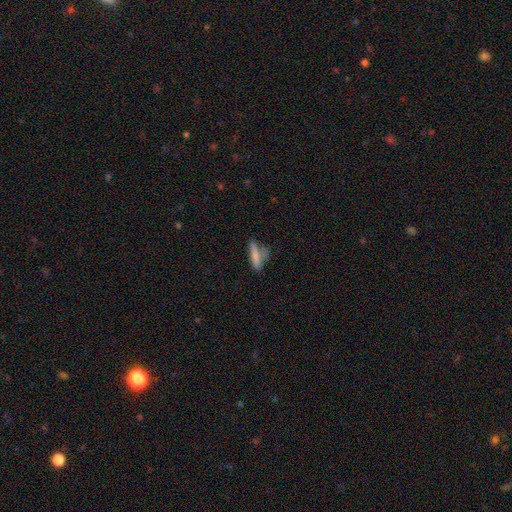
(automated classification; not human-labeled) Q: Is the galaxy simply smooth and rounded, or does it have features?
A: smooth — 74%.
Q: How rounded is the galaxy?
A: cigar-shaped — 77%.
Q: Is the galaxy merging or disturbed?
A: none — 55%.